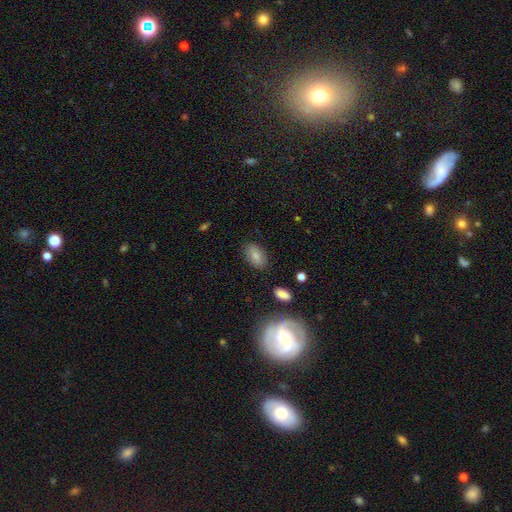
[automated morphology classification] A smooth galaxy with no disk features (78%) that is in between round and cigar-shaped (91%).

Vote fractions:
- Smooth or featured? smooth: 78% / featured or disk: 13% / star or artifact: 9%
- How rounded? in between: 91% / round: 7% / cigar-shaped: 3%
- Merging? none: 83% / minor disturbance: 12% / major disturbance: 3% / merger: 2%